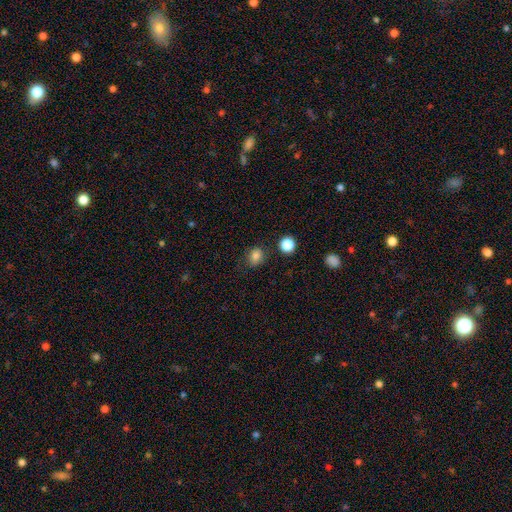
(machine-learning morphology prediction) Smooth or featured?
  - smooth: 82% *
  - star or artifact: 13%
  - featured or disk: 5%
How rounded?
  - round: 58% *
  - in between: 41%
  - cigar-shaped: 1%
Merging?
  - none: 77% *
  - minor disturbance: 16%
  - major disturbance: 5%
  - merger: 3%